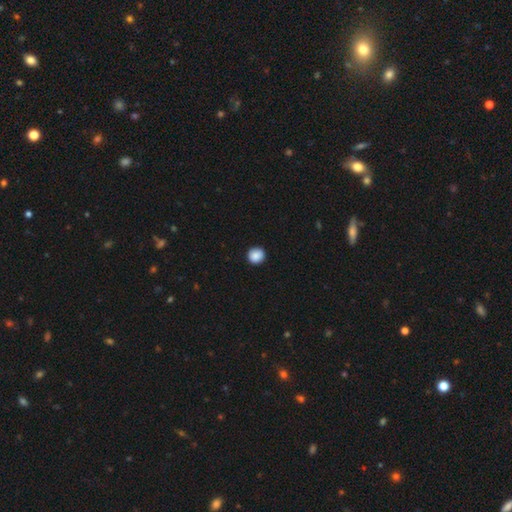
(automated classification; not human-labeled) Smooth or featured: smooth — 89% (star or artifact — 9%)
How rounded: round — 92% (in between — 7%)
Merging: none — 92% (minor disturbance — 6%)